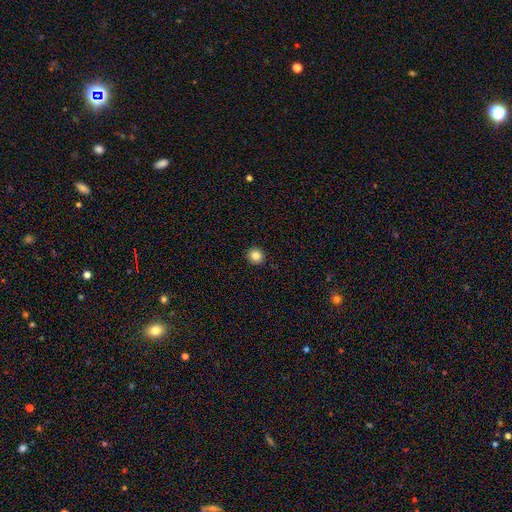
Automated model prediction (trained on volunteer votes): Morphology: type=smooth (84%); roundness=round (92%); merging=none (93%).